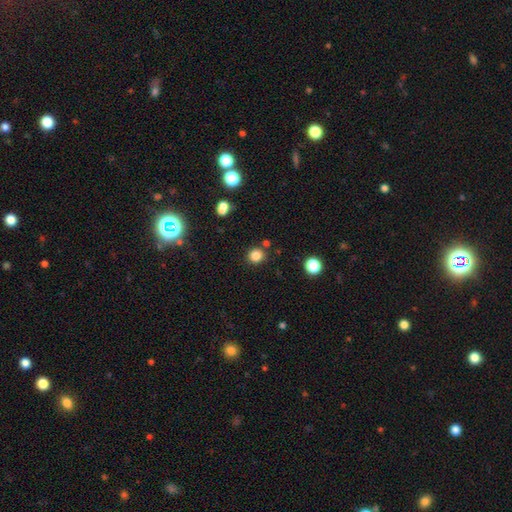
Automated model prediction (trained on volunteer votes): smooth 83%, star or artifact 13%, featured or disk 5%. Down the decision tree: how rounded — round (88%); merging — none (84%).